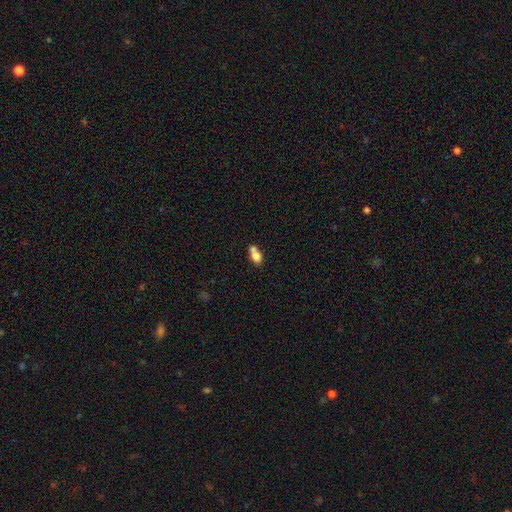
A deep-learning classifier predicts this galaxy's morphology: type=smooth (74%); roundness=in between (70%); merging=merger (56%).